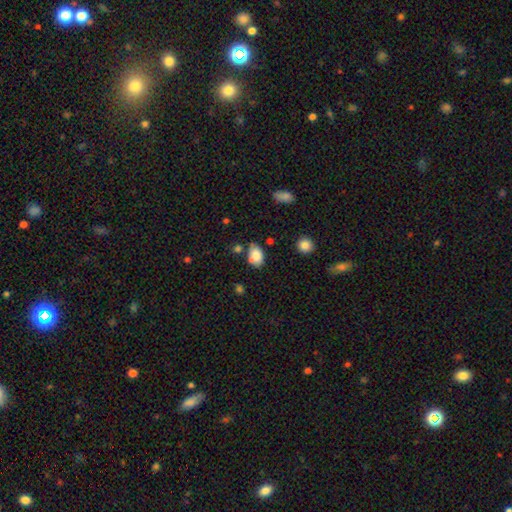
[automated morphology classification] smooth-or-featured: smooth: 80% | featured or disk: 11% | star or artifact: 9%
  how-rounded: in between: 84% | round: 15% | cigar-shaped: 1%
  merging: none: 59% | minor disturbance: 22% | merger: 13% | major disturbance: 6%